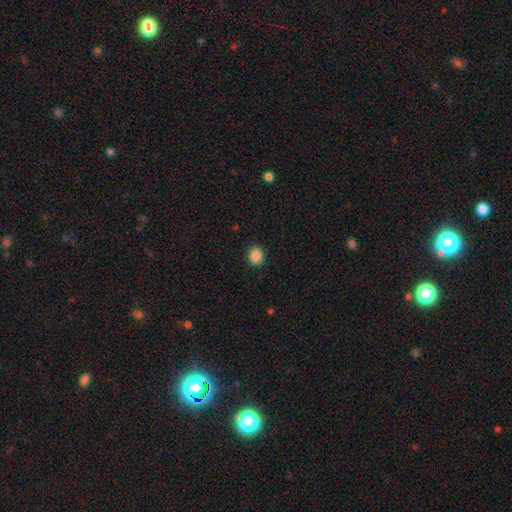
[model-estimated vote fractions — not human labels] smooth_or_featured: smooth (p=0.87) [alt: star or artifact p=0.10]
how_rounded: round (p=0.71) [alt: in between p=0.28]
merging: none (p=0.91) [alt: minor disturbance p=0.06]